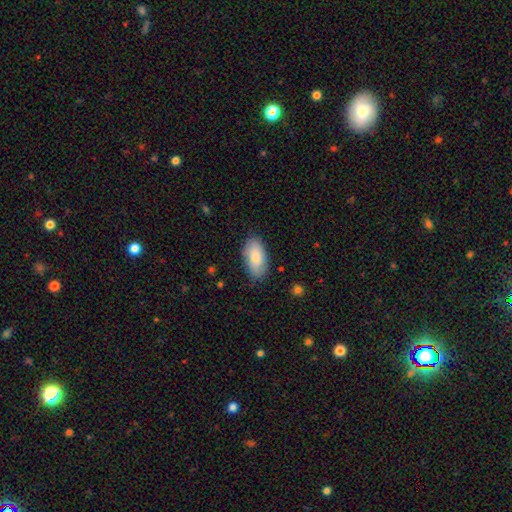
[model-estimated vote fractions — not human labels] A smooth galaxy with no disk features (84%) that is in between round and cigar-shaped (94%).

Vote fractions:
- Smooth or featured? smooth: 84% / featured or disk: 10% / star or artifact: 6%
- How rounded? in between: 94% / cigar-shaped: 4% / round: 3%
- Merging? none: 80% / minor disturbance: 16% / major disturbance: 3% / merger: 1%